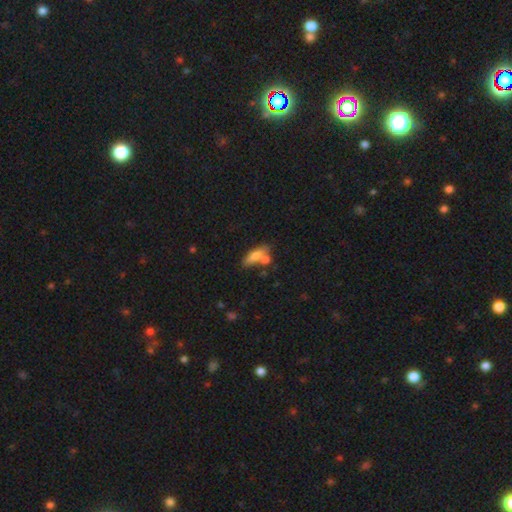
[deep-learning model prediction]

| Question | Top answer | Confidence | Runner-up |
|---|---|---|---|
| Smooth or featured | smooth | 69% | featured or disk (23%) |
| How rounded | in between | 51% | cigar-shaped (45%) |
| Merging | none | 57% | merger (24%) |